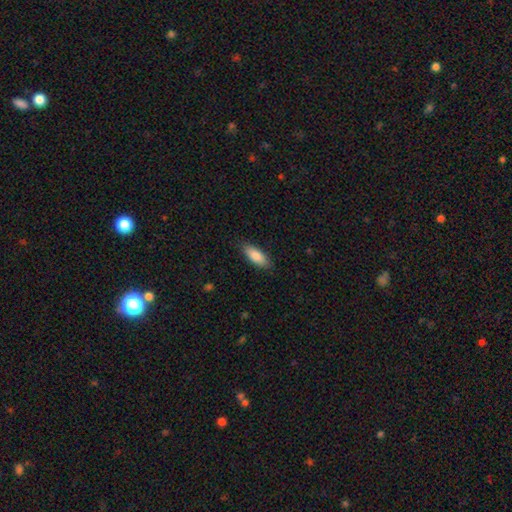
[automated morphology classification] smooth-or-featured: smooth: 85% | featured or disk: 9% | star or artifact: 6%
  how-rounded: in between: 75% | cigar-shaped: 23% | round: 2%
  merging: none: 85% | minor disturbance: 12% | major disturbance: 2% | merger: 1%